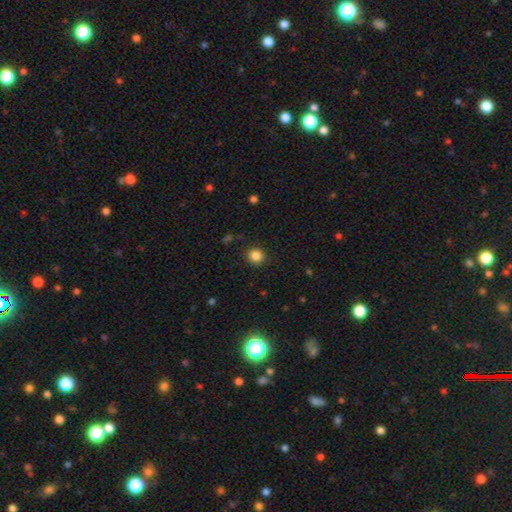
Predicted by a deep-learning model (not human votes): Smooth or featured? Predicted: smooth (p=0.85). How rounded? Predicted: round (p=0.90). Merging? Predicted: none (p=0.89).